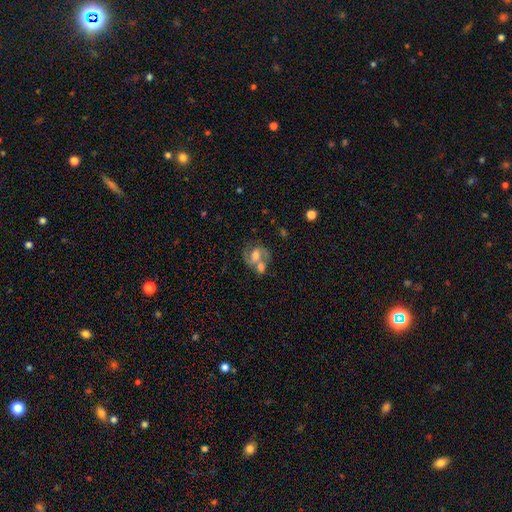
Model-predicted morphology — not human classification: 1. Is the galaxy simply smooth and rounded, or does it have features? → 67% featured or disk, 24% smooth, 9% star or artifact.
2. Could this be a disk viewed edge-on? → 97% no, 3% yes.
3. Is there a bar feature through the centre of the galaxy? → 42% weak, 39% no, 19% strong.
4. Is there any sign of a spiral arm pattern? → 86% yes, 14% no.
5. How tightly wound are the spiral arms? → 55% medium, 28% loose, 18% tight.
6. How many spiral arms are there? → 85% 2, 6% can't tell, 6% 1, 2% 3, 1% 4, 1% more than 4.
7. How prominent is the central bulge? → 54% moderate, 22% large, 17% small, 6% none, 2% dominant.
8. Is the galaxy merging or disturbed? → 45% merger, 34% none, 12% minor disturbance, 8% major disturbance.